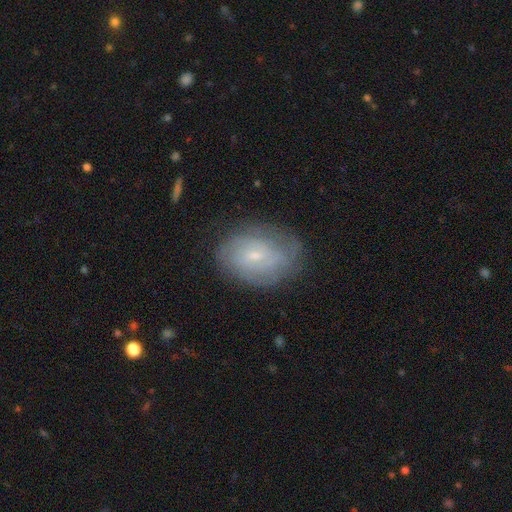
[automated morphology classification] A featured or disk galaxy (60%) with no bar (56%), spiral arms (80%) and a small central bulge (76%).

Vote fractions:
- Smooth or featured? featured or disk: 60% / smooth: 31% / star or artifact: 9%
- Edge-on disk? no: 96% / yes: 4%
- Bar? no: 56% / weak: 38% / strong: 6%
- Spiral arms? yes: 80% / no: 20%
- Bulge size? small: 76% / moderate: 18% / none: 3% / large: 1% / dominant: 1%
- Merging? none: 68% / minor disturbance: 22% / major disturbance: 9% / merger: 1%